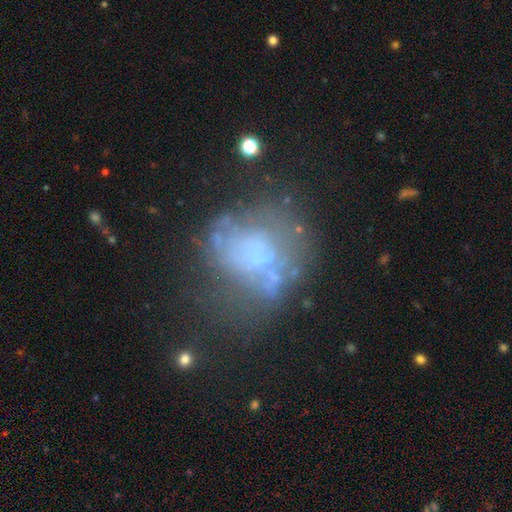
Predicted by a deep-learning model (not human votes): Smooth or featured? Predicted: featured or disk (p=0.53). Edge-on disk? Predicted: no (p=0.97). Bar? Predicted: no (p=0.87). Spiral arms? Predicted: no (p=0.84). Bulge size? Predicted: none (p=0.49). Merging? Predicted: none (p=0.41).